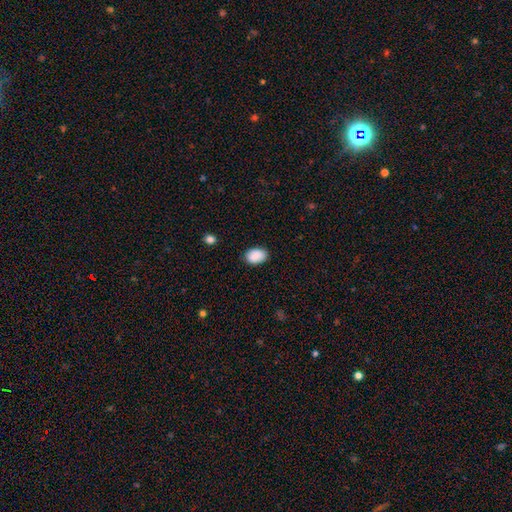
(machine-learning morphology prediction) This is clearly a smooth galaxy (90%). How rounded: clearly in between (82%). Merging: clearly none (86%).